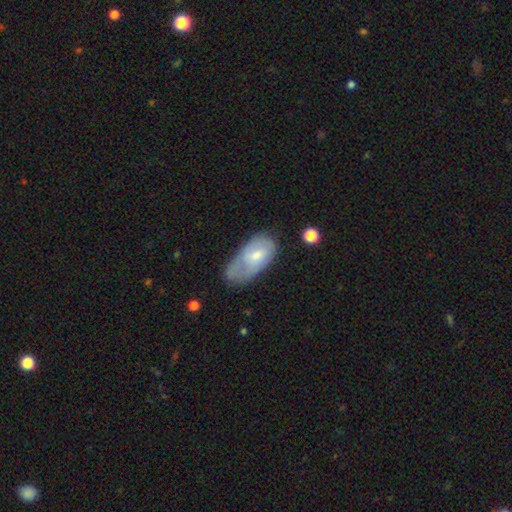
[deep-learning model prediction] Q: Smooth or featured?
A: smooth (56%); runner-up: featured or disk (36%)
Q: How rounded?
A: in between (91%); runner-up: cigar-shaped (5%)
Q: Merging?
A: minor disturbance (40%); runner-up: none (30%)